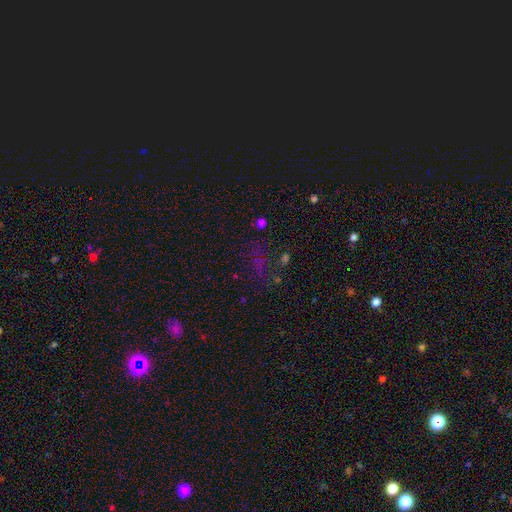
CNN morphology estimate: Smooth or featured?
  - star or artifact: 49% *
  - smooth: 39%
  - featured or disk: 12%